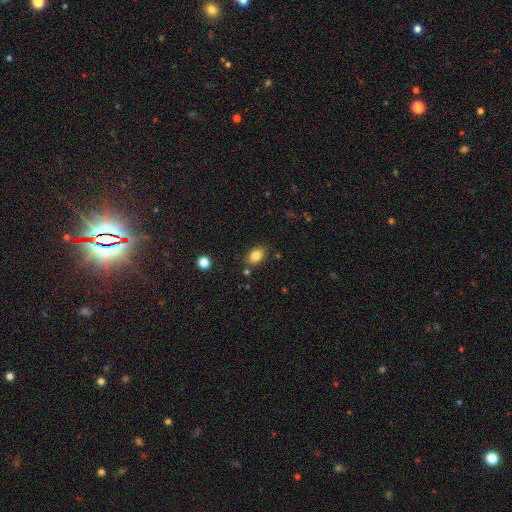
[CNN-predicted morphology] This appears to be a smooth galaxy with no disk features (83%) that is in between round and cigar-shaped (81%). Merging: none (80%).